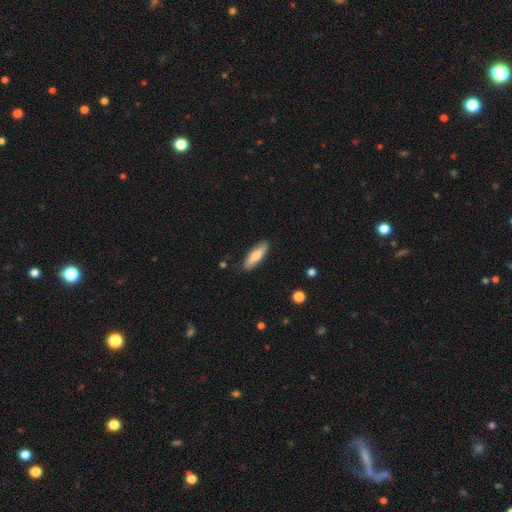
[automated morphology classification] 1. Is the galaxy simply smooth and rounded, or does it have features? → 77% smooth, 18% featured or disk, 6% star or artifact.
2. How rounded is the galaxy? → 55% cigar-shaped, 43% in between, 2% round.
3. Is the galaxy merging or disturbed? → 86% none, 10% minor disturbance, 2% major disturbance, 1% merger.